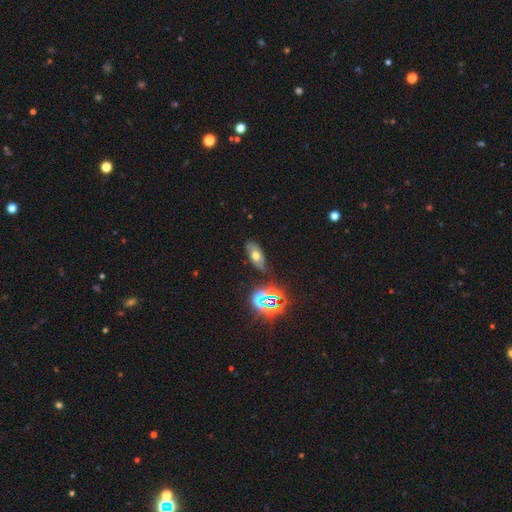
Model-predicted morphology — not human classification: smooth 41%, featured or disk 34%, star or artifact 25%. Down the decision tree: merging — none (74%).